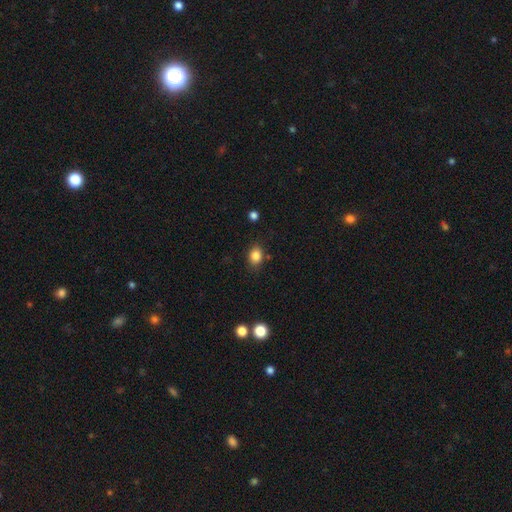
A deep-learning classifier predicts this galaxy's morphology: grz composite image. It shows a smooth galaxy with no disk features (84%) that is in between round and cigar-shaped (62%). Merging: none (81%).